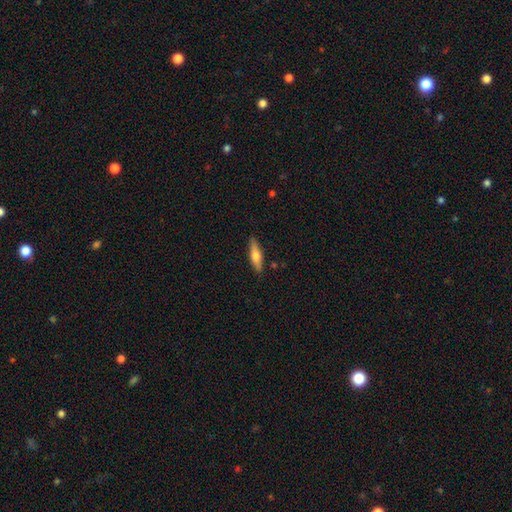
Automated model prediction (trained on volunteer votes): Smooth or featured? smooth (58%)
How rounded? cigar-shaped (64%)
Merging? none (87%)